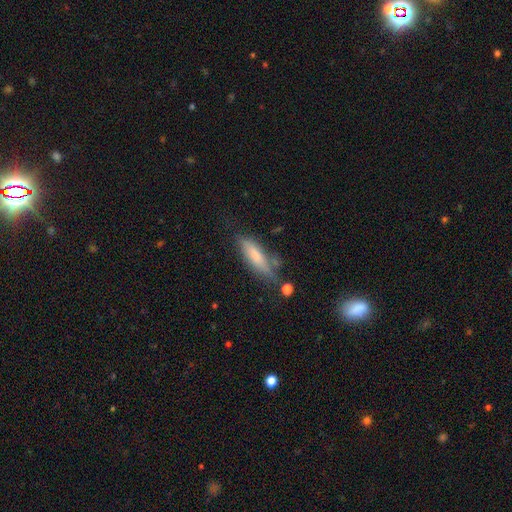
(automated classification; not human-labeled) Smooth or featured? smooth (71%)
How rounded? cigar-shaped (61%)
Merging? none (60%)